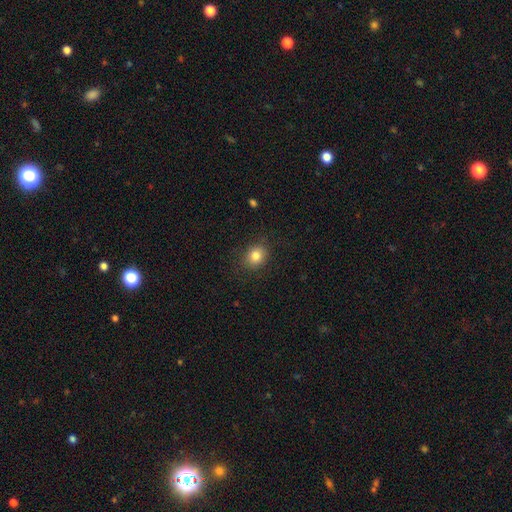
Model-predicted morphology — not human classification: smooth_or_featured: smooth (p=0.82) [alt: star or artifact p=0.11]
how_rounded: round (p=0.64) [alt: in between p=0.35]
merging: none (p=0.86) [alt: minor disturbance p=0.10]